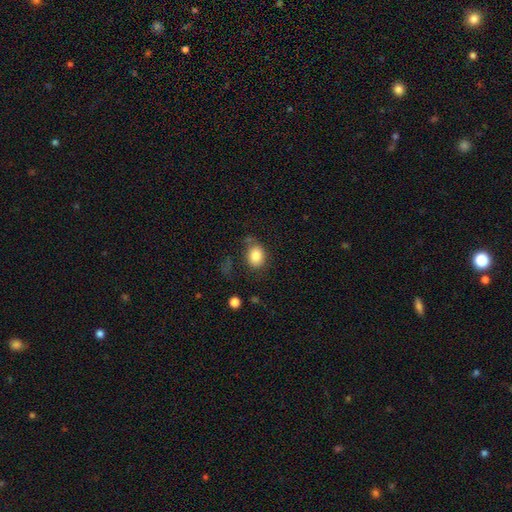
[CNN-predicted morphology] Smooth or featured? Predicted: smooth (p=0.82). How rounded? Predicted: in between (p=0.56). Merging? Predicted: none (p=0.68).